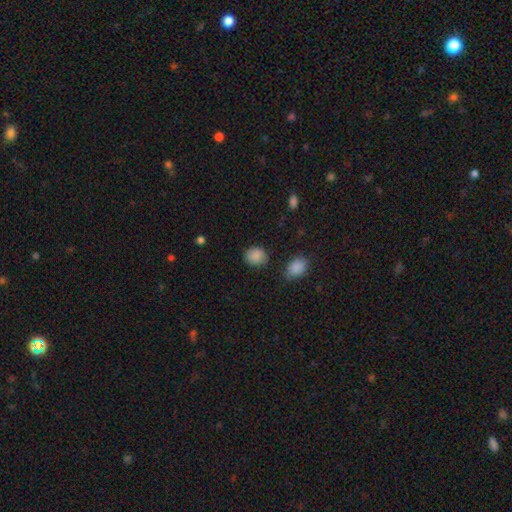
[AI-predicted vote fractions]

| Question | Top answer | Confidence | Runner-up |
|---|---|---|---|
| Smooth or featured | smooth | 86% | star or artifact (9%) |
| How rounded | round | 66% | in between (33%) |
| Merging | none | 75% | minor disturbance (18%) |